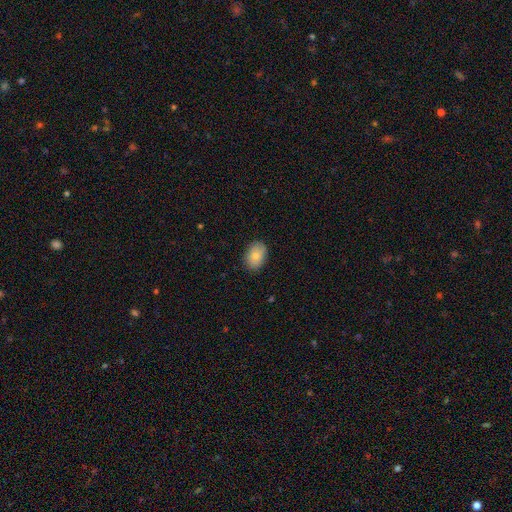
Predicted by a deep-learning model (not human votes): The model was most divided on "how rounded": in between: 79%, round: 20%, cigar-shaped: 1%. More confident: merging — none (86%); smooth or featured — smooth (83%).